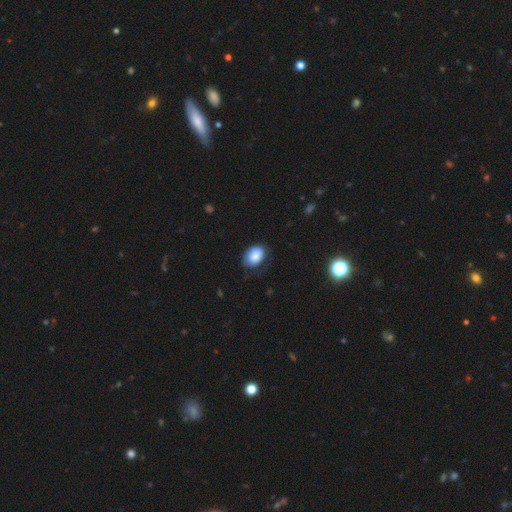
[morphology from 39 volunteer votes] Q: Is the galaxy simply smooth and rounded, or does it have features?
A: smooth — 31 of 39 (79%).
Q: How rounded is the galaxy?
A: in between — 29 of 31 (94%).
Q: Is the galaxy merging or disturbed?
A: none — 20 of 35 (57%).